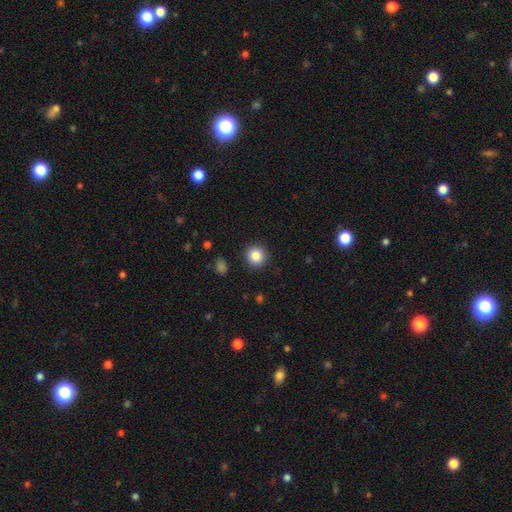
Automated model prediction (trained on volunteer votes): Smooth or featured? Predicted: smooth (p=0.85). How rounded? Predicted: round (p=0.94). Merging? Predicted: none (p=0.91).